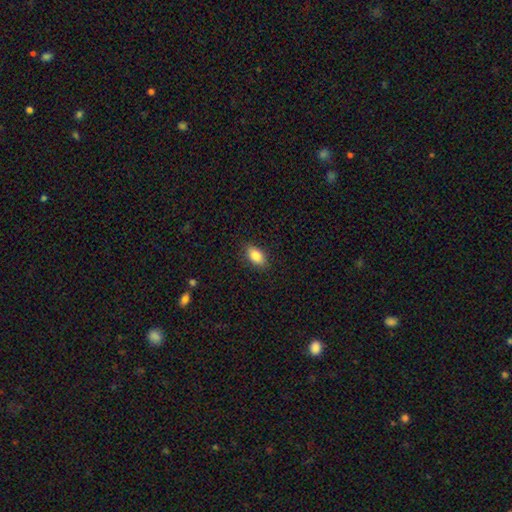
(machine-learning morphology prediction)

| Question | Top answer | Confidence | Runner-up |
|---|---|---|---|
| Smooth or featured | smooth | 86% | star or artifact (7%) |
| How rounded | in between | 90% | round (6%) |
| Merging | none | 87% | minor disturbance (9%) |